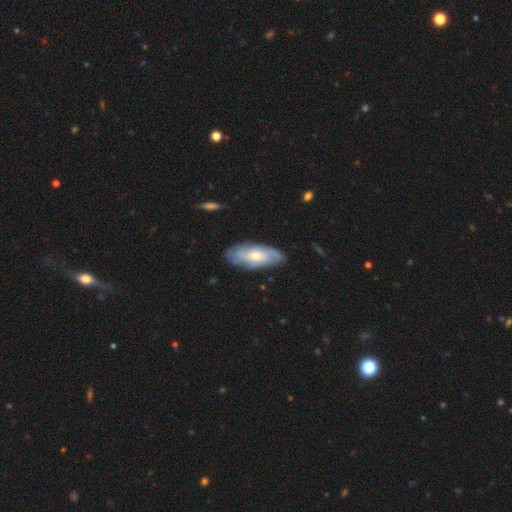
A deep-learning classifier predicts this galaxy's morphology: Smooth or featured? featured or disk (59%)
Edge-on disk? no (84%)
Merging? none (79%)